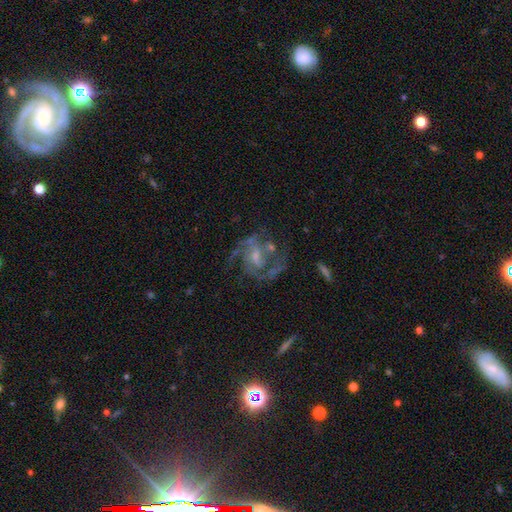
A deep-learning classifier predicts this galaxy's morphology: smooth-or-featured: featured or disk: 81% | star or artifact: 11% | smooth: 8%
  disk-edge-on: no: 97% | yes: 3%
    bar: weak: 46% | no: 38% | strong: 16%
    has-spiral-arms: yes: 90% | no: 10%
      spiral-winding: medium: 53% | tight: 27% | loose: 20%
      spiral-arm-count: 2: 49% | can't tell: 19% | 3: 18% | 4: 5% | 1: 5% | more than 4: 4%
    bulge-size: small: 52% | moderate: 32% | none: 11% | large: 3% | dominant: 1%
  merging: none: 60% | major disturbance: 18% | minor disturbance: 16% | merger: 6%